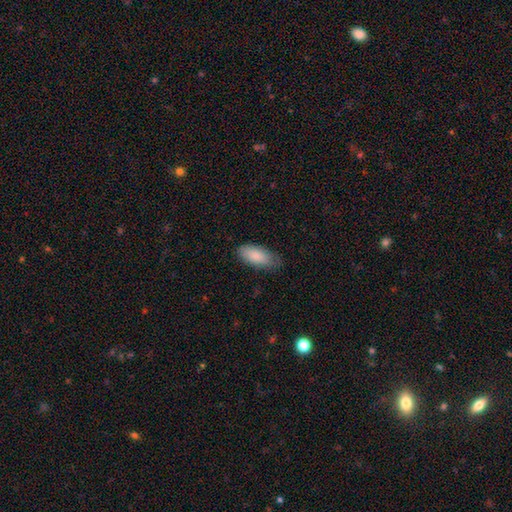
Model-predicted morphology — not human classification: This is clearly a smooth galaxy (87%). How rounded: clearly in between (87%). Merging: likely none (73%).